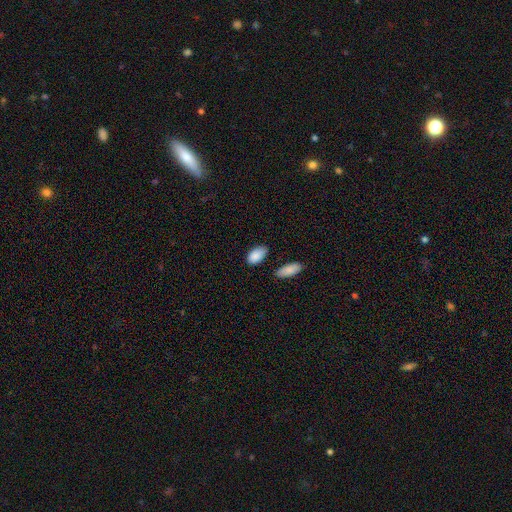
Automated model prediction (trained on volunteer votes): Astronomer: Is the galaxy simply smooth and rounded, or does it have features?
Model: smooth — 89%.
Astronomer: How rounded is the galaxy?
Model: in between — 94%.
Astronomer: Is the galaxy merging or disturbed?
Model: none — 72%.